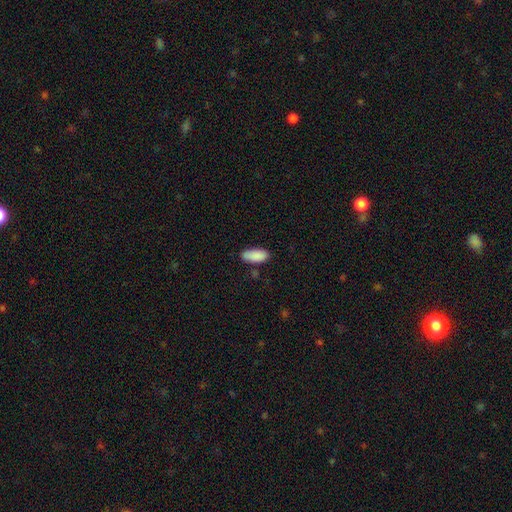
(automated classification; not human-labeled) smooth_or_featured: smooth (p=0.89) [alt: star or artifact p=0.06]
how_rounded: in between (p=0.83) [alt: cigar-shaped p=0.15]
merging: none (p=0.79) [alt: minor disturbance p=0.16]